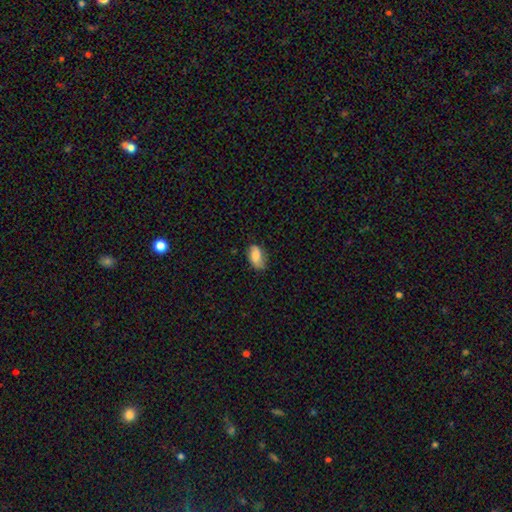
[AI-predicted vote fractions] Smooth or featured: smooth — 76% (featured or disk — 16%)
How rounded: in between — 92% (round — 6%)
Merging: none — 61% (minor disturbance — 30%)